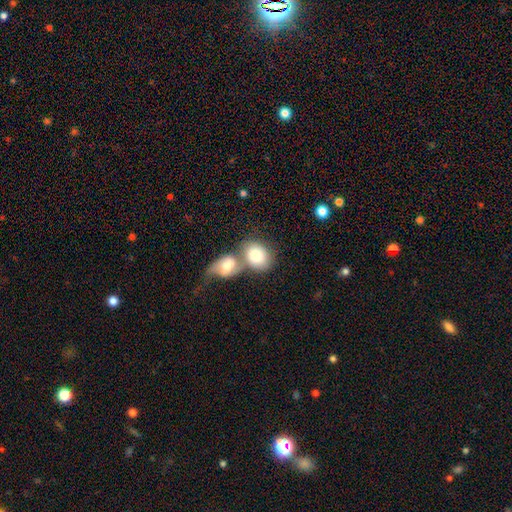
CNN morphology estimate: This is likely a smooth galaxy (78%). How rounded: possibly in between (55%). Merging: likely merger (62%).